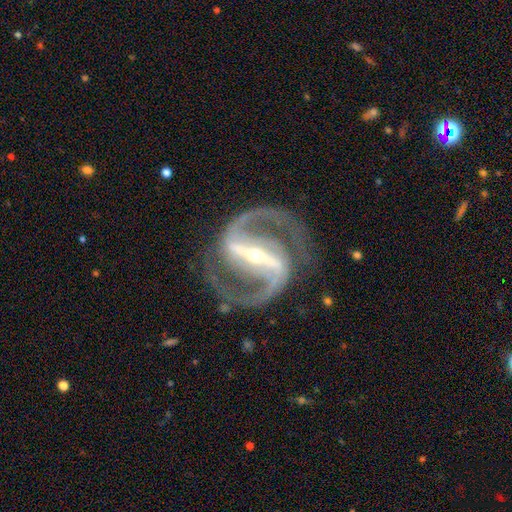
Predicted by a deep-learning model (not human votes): Smooth or featured? Predicted: featured or disk (p=0.94). Edge-on disk? Predicted: no (p=0.97). Bar? Predicted: strong (p=0.86). Spiral arms? Predicted: yes (p=0.98). Spiral winding? Predicted: medium (p=0.64). Spiral arm count? Predicted: 2 (p=0.94). Bulge size? Predicted: small (p=0.72). Merging? Predicted: none (p=0.83).